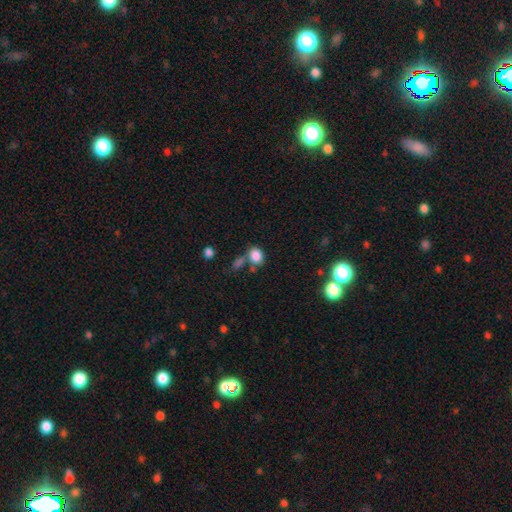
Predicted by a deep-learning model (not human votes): smooth 84%, star or artifact 11%, featured or disk 6%. Down the decision tree: how rounded — round (50%); merging — none (57%).